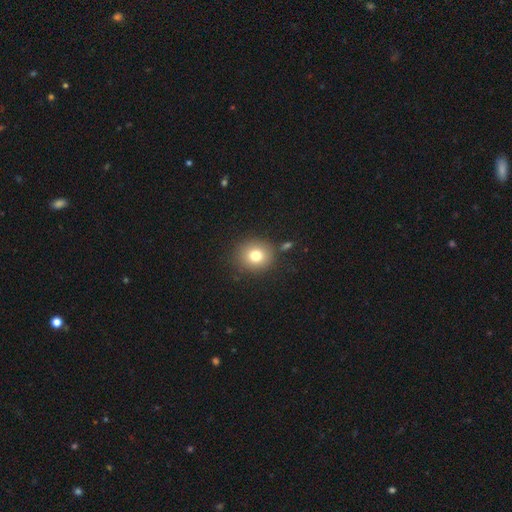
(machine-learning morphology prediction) smooth-or-featured: smooth: 77% | star or artifact: 12% | featured or disk: 10%
  how-rounded: round: 83% | in between: 16% | cigar-shaped: 1%
  merging: none: 85% | minor disturbance: 8% | merger: 4% | major disturbance: 3%